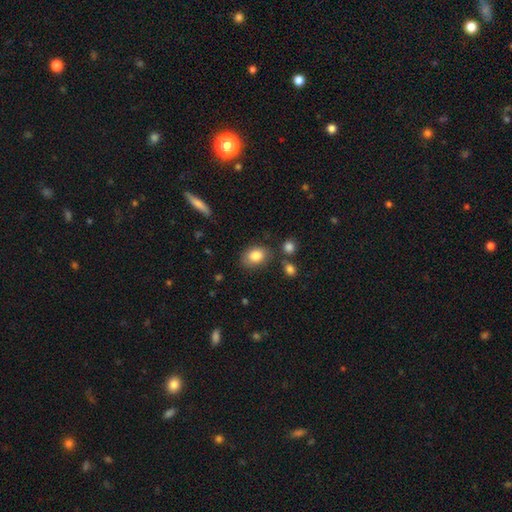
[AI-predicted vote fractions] Smooth or featured?
  - smooth: 84% *
  - featured or disk: 8%
  - star or artifact: 8%
How rounded?
  - in between: 78% *
  - round: 20%
  - cigar-shaped: 1%
Merging?
  - none: 75% *
  - minor disturbance: 15%
  - merger: 5%
  - major disturbance: 4%